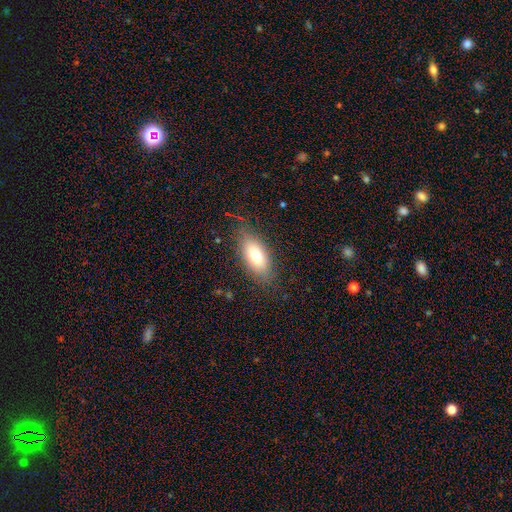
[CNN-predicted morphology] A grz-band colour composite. It shows a smooth galaxy with no disk features (73%) that is in between round and cigar-shaped (86%). Merging: none (78%).